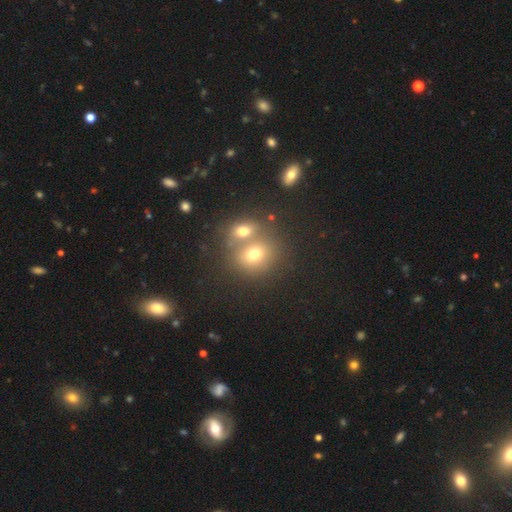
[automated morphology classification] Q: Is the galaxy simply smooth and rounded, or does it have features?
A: smooth — 68%.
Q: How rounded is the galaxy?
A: round — 69%.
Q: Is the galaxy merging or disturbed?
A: merger — 49%.